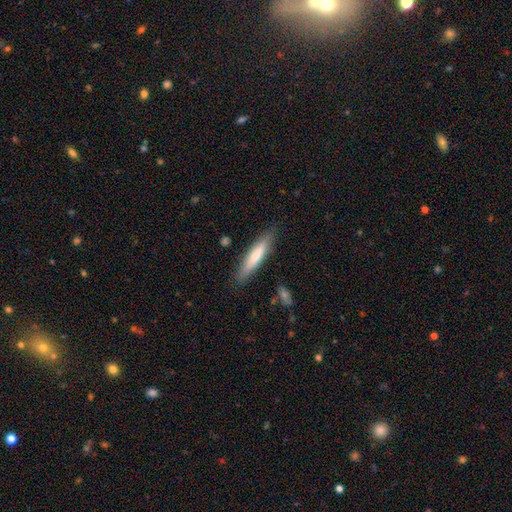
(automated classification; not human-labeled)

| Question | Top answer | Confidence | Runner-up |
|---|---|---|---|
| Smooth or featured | smooth | 67% | featured or disk (27%) |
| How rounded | cigar-shaped | 84% | in between (15%) |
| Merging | none | 84% | minor disturbance (12%) |